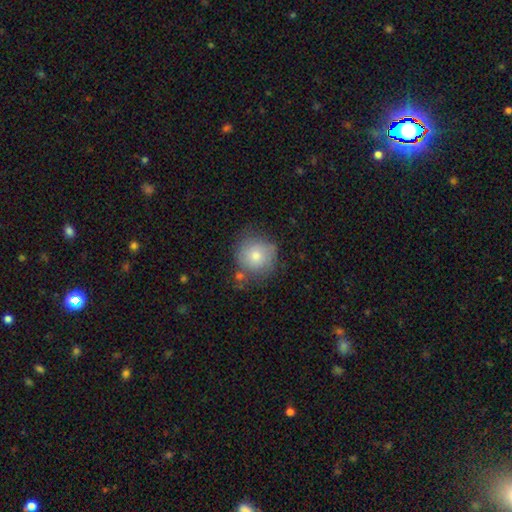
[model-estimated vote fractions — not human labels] A smooth galaxy with no disk features (74%) that is round (91%). Merging: none (65%).